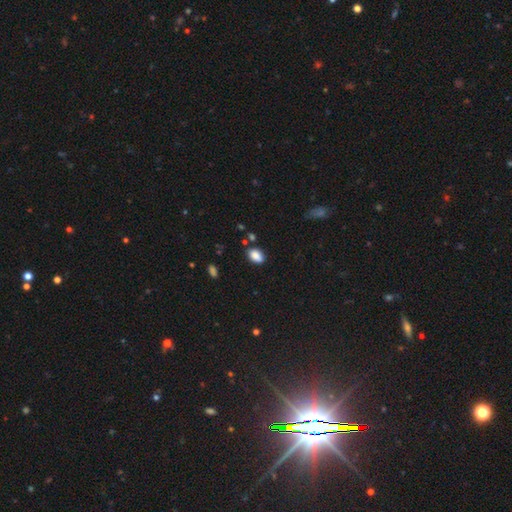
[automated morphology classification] This is clearly a smooth galaxy (87%). How rounded: clearly in between (87%). Merging: likely none (79%).